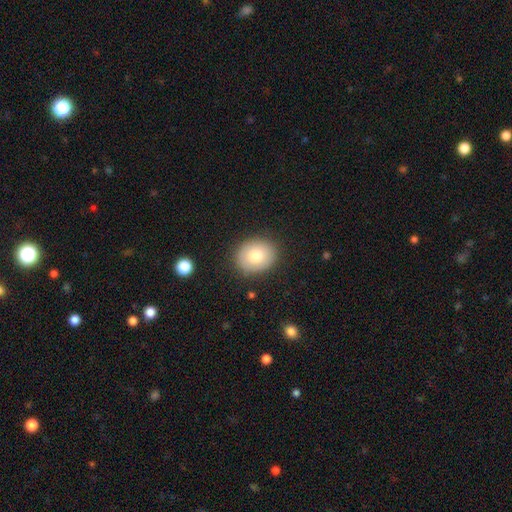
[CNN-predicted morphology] Smooth or featured: smooth — 77% (featured or disk — 15%)
How rounded: round — 54% (in between — 45%)
Merging: none — 86% (minor disturbance — 10%)